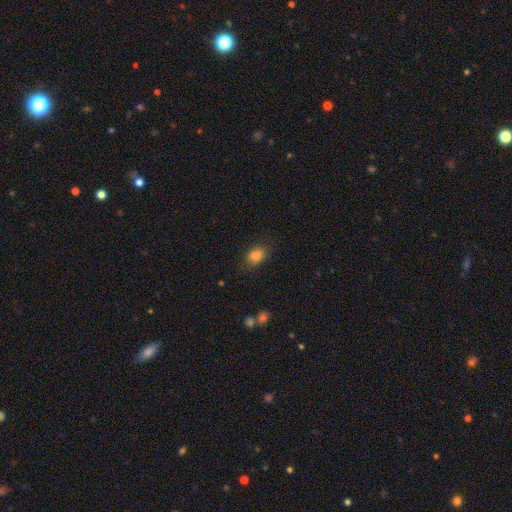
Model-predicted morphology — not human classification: The model was most divided on "how rounded": in between: 72%, round: 27%, cigar-shaped: 1%. More confident: smooth or featured — smooth (83%); merging — none (79%).